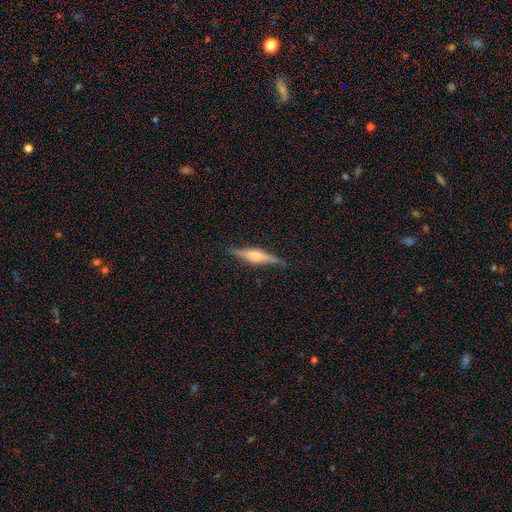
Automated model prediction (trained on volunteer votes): Smooth or featured?
  - featured or disk: 70% *
  - smooth: 24%
  - star or artifact: 6%
Edge-on disk?
  - yes: 97% *
  - no: 3%
Edge-on bulge?
  - rounded: 73% *
  - boxy: 21%
  - none: 6%
Merging?
  - none: 87% *
  - minor disturbance: 10%
  - major disturbance: 2%
  - merger: 1%